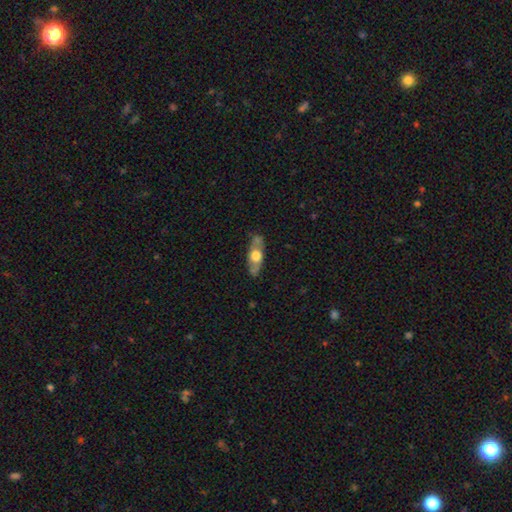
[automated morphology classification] The model was most divided on "edge-on disk": yes: 53%, no: 47%. More confident: merging — none (76%); smooth or featured — featured or disk (51%).